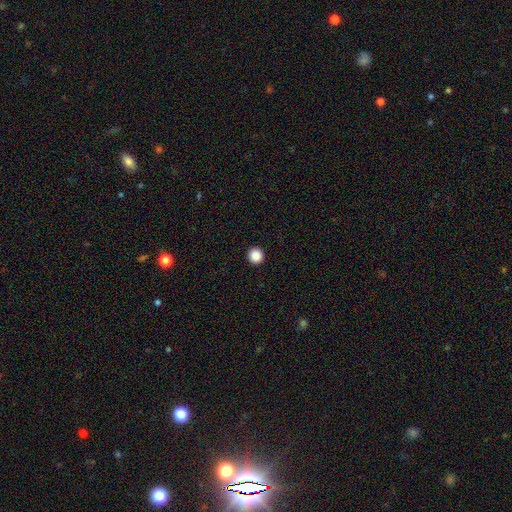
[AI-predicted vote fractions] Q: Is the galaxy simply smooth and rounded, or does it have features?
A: smooth — 88%.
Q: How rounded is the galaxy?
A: round — 96%.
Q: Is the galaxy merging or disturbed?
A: none — 94%.